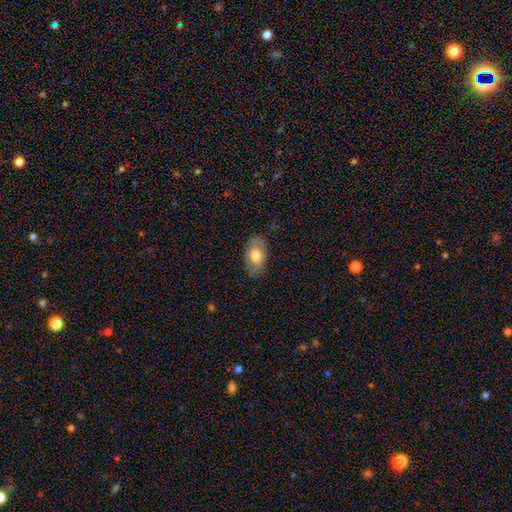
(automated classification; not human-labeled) smooth-or-featured: smooth: 65% | featured or disk: 29% | star or artifact: 6%
  how-rounded: in between: 92% | round: 7% | cigar-shaped: 2%
  merging: none: 81% | minor disturbance: 14% | major disturbance: 3% | merger: 1%